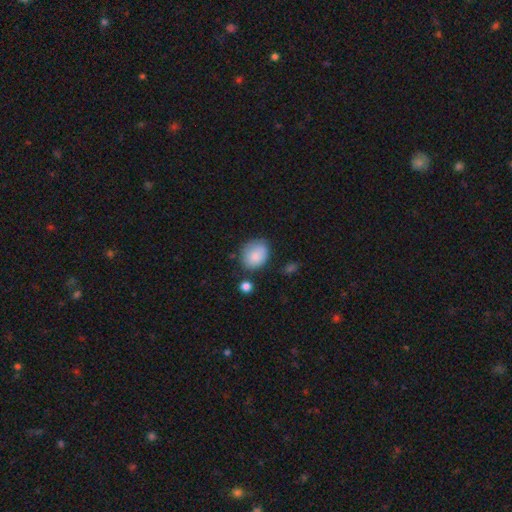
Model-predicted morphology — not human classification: Overall: smooth (85%). How rounded: round (50%; in between 49%). Merging: none (66%).